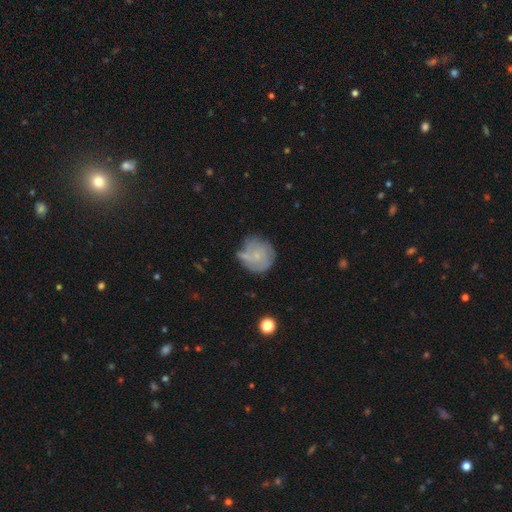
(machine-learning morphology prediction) This is possibly a featured or disk galaxy (50%). Merging: possibly none (59%).